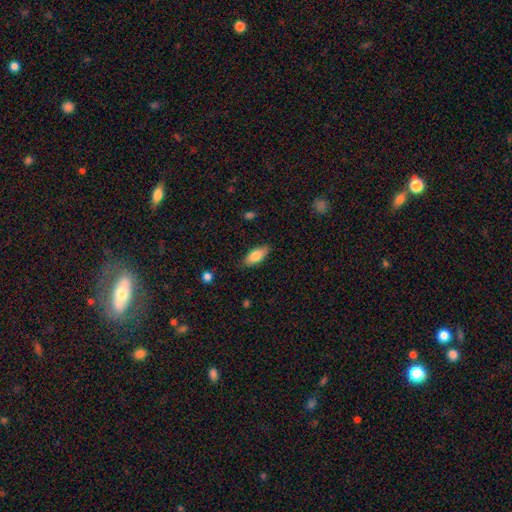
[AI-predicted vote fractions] smooth-or-featured: smooth: 80% | featured or disk: 13% | star or artifact: 6%
  how-rounded: in between: 83% | cigar-shaped: 15% | round: 2%
  merging: none: 84% | minor disturbance: 12% | major disturbance: 2% | merger: 1%